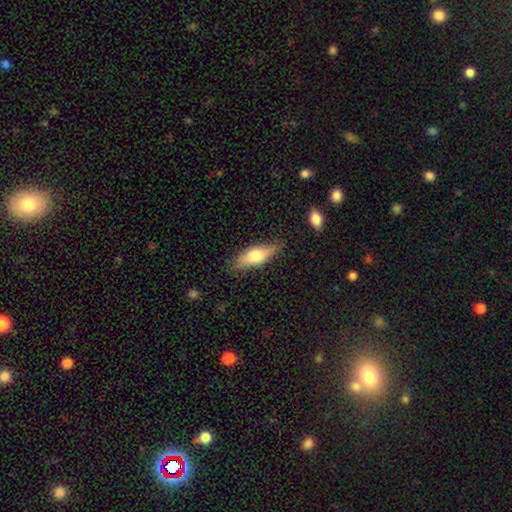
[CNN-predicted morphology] This appears to be a smooth galaxy with no disk features (62%) that is in between round and cigar-shaped (60%). Merging: none (79%).